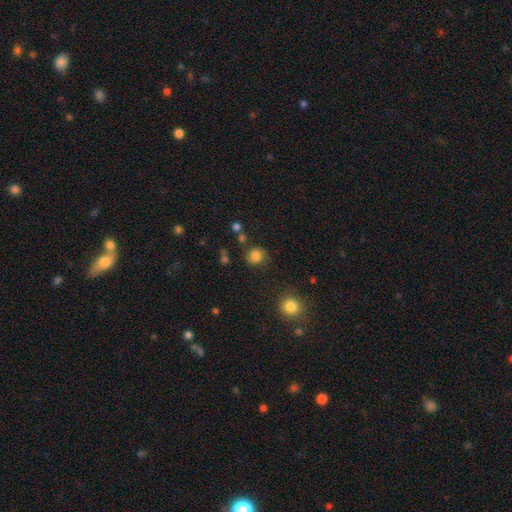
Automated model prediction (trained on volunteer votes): Smooth or featured? smooth (69%)
How rounded? round (79%)
Merging? none (70%)